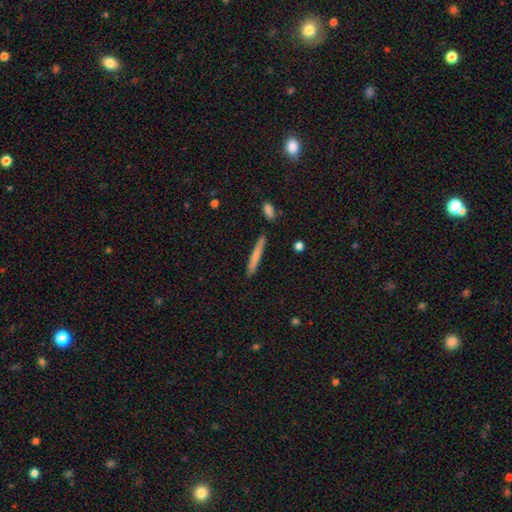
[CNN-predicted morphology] Smooth or featured?
  - smooth: 72% *
  - featured or disk: 23%
  - star or artifact: 6%
How rounded?
  - cigar-shaped: 96% *
  - in between: 3%
  - round: 1%
Merging?
  - none: 88% *
  - minor disturbance: 8%
  - merger: 3%
  - major disturbance: 2%